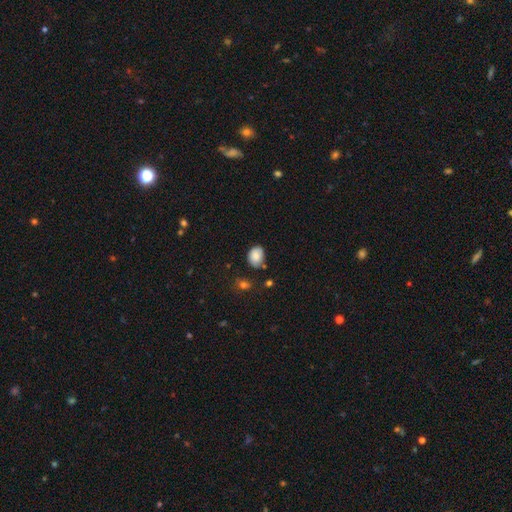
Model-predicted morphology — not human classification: A smooth galaxy with no disk features (84%) that is in between round and cigar-shaped (66%).

Vote fractions:
- Smooth or featured? smooth: 84% / star or artifact: 8% / featured or disk: 7%
- How rounded? in between: 66% / round: 33% / cigar-shaped: 1%
- Merging? none: 66% / minor disturbance: 24% / major disturbance: 5% / merger: 4%